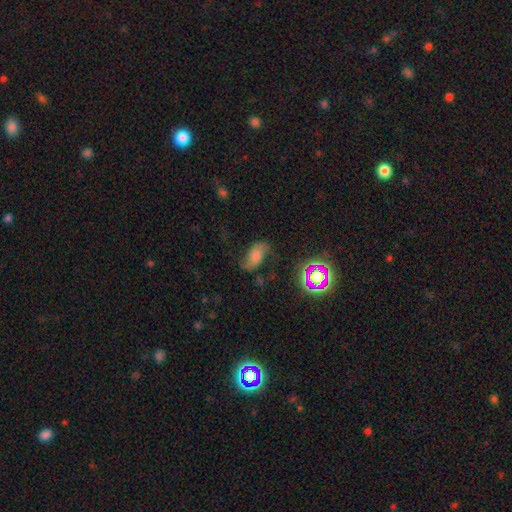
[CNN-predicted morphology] Smooth or featured: featured or disk — 51% (smooth — 34%)
Edge-on disk: no — 95% (yes — 5%)
Merging: none — 60% (minor disturbance — 22%)